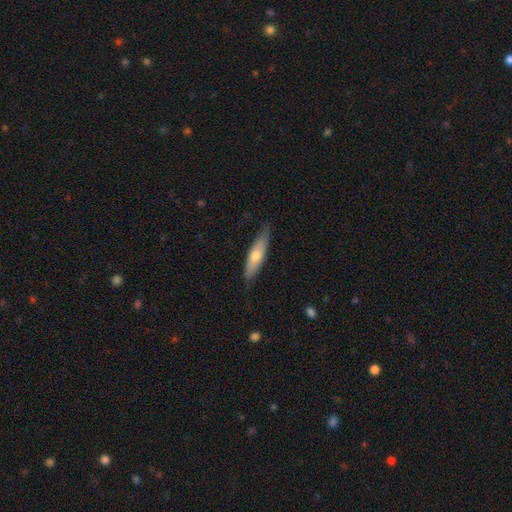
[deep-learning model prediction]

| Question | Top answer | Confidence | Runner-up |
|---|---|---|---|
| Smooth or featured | smooth | 59% | featured or disk (36%) |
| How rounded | cigar-shaped | 66% | in between (32%) |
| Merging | none | 77% | minor disturbance (19%) |